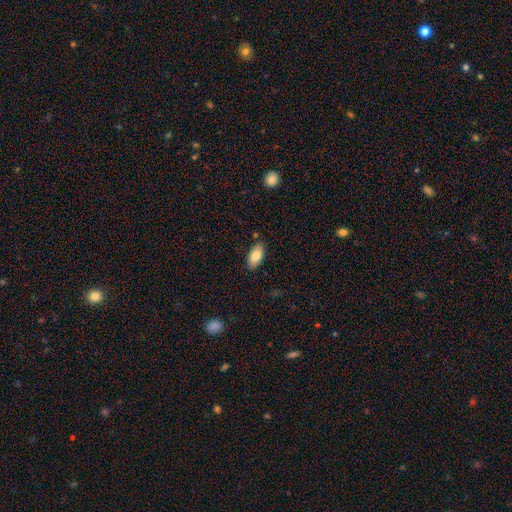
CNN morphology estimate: A smooth galaxy with no disk features (83%) that is in between round and cigar-shaped (91%).

Vote fractions:
- Smooth or featured? smooth: 83% / featured or disk: 10% / star or artifact: 7%
- How rounded? in between: 91% / cigar-shaped: 6% / round: 3%
- Merging? none: 84% / minor disturbance: 12% / major disturbance: 2% / merger: 2%